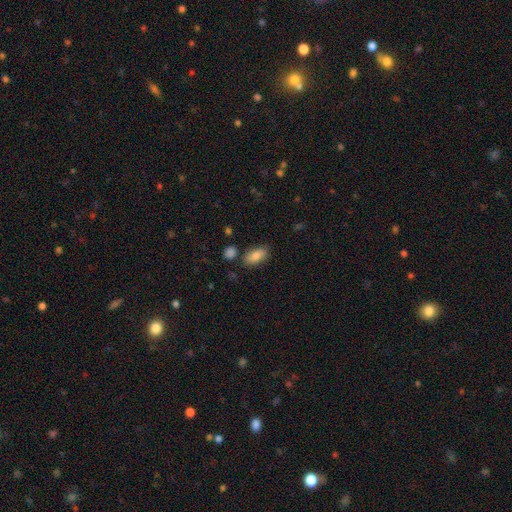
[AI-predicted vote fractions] smooth 80%, featured or disk 11%, star or artifact 8%. Down the decision tree: how rounded — in between (90%); merging — none (79%).